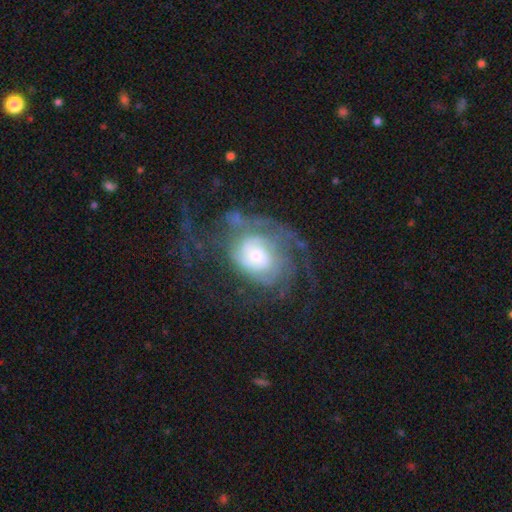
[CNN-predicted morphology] featured or disk 78%, smooth 15%, star or artifact 8%. Down the decision tree: edge-on disk — no (97%); bar — no (71%); spiral arms — yes (89%); spiral arm count — can't tell (41%); spiral winding — tight (48%); bulge size — moderate (46%); merging — none (43%).